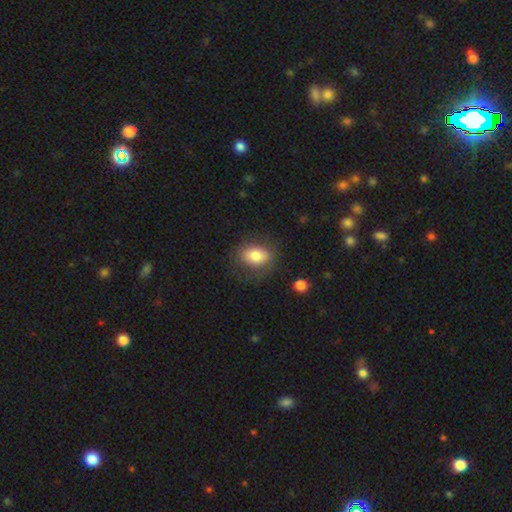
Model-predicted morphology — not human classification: type=smooth (79%); roundness=in between (75%); merging=none (78%).